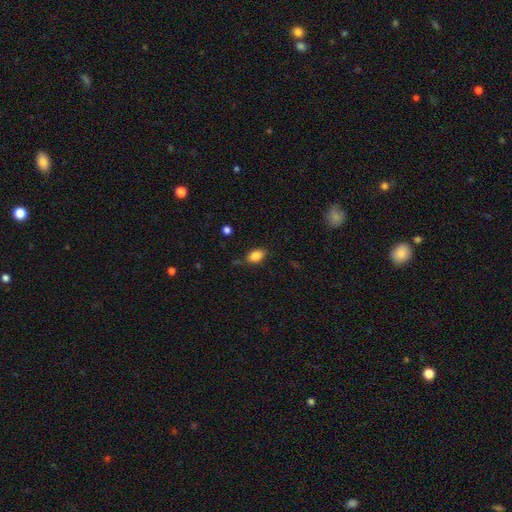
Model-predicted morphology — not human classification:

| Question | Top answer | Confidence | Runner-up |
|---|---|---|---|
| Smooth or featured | smooth | 85% | star or artifact (9%) |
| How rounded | in between | 84% | round (14%) |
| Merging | none | 77% | minor disturbance (17%) |